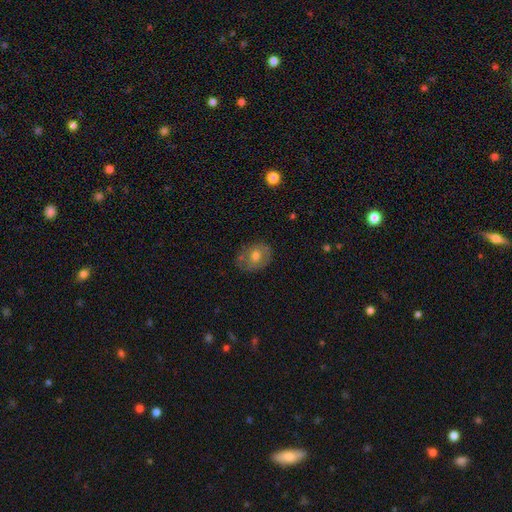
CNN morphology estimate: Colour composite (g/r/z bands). It shows a smooth galaxy with no disk features (57%) that is in between round and cigar-shaped (55%). Merging: none (71%).